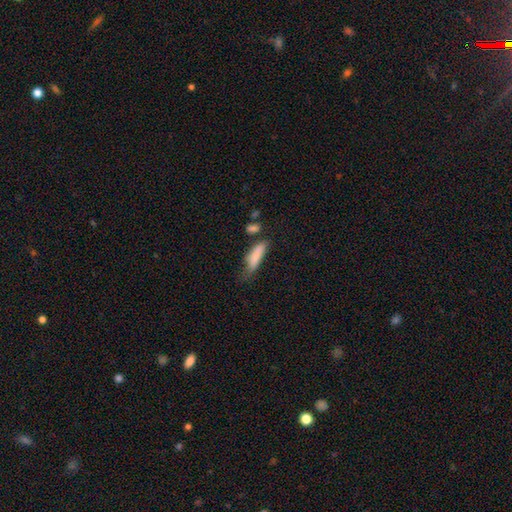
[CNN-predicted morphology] smooth 82%, featured or disk 11%, star or artifact 7%. Down the decision tree: how rounded — cigar-shaped (58%); merging — none (40%).